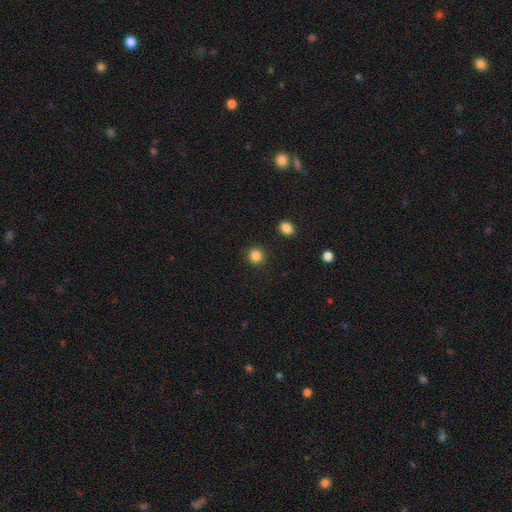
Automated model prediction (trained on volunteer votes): The model was most divided on "smooth or featured": smooth: 85%, star or artifact: 11%, featured or disk: 3%. More confident: merging — none (91%); how rounded — round (90%).